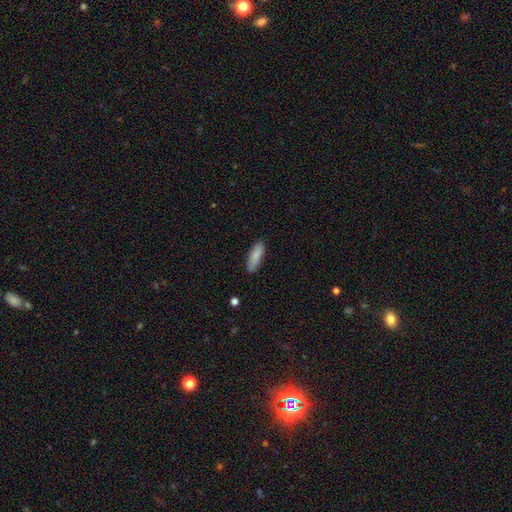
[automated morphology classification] Smooth or featured? Predicted: smooth (p=0.85). How rounded? Predicted: in between (p=0.51). Merging? Predicted: none (p=0.85).